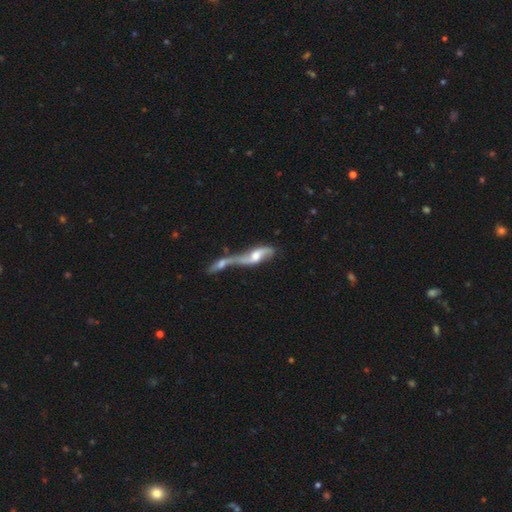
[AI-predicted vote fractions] smooth-or-featured: featured or disk: 67% | smooth: 26% | star or artifact: 7%
  disk-edge-on: no: 82% | yes: 18%
    bar: no: 54% | weak: 36% | strong: 10%
    has-spiral-arms: yes: 80% | no: 20%
    bulge-size: moderate: 55% | small: 18% | large: 17% | none: 7% | dominant: 2%
  merging: merger: 74% | none: 11% | major disturbance: 9% | minor disturbance: 6%